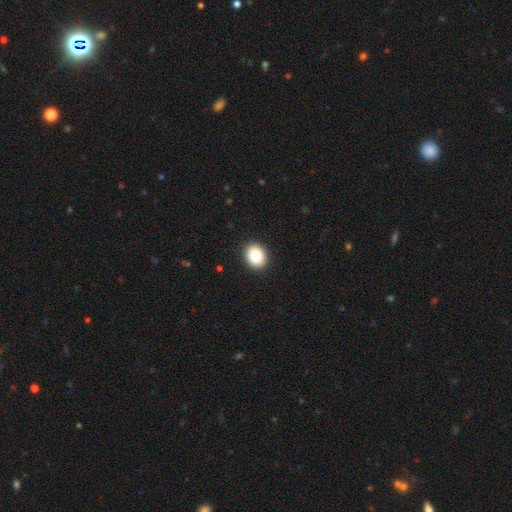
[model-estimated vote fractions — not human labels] This is clearly a smooth galaxy (83%). How rounded: possibly round (56%). Merging: clearly none (92%).